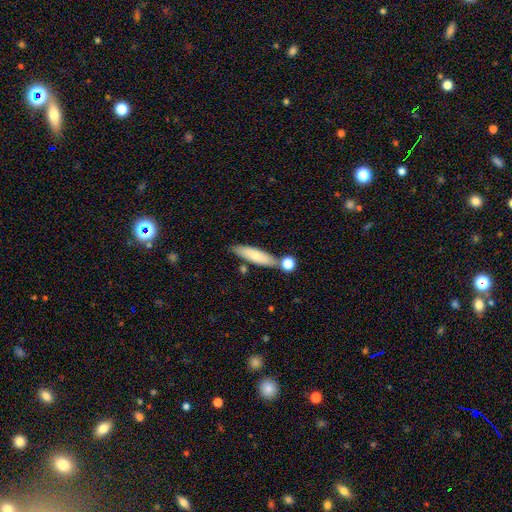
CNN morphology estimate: A smooth galaxy with no disk features (72%) that is cigar-shaped (67%).

Vote fractions:
- Smooth or featured? smooth: 72% / featured or disk: 22% / star or artifact: 6%
- How rounded? cigar-shaped: 67% / in between: 31% / round: 2%
- Merging? none: 68% / merger: 14% / minor disturbance: 14% / major disturbance: 3%